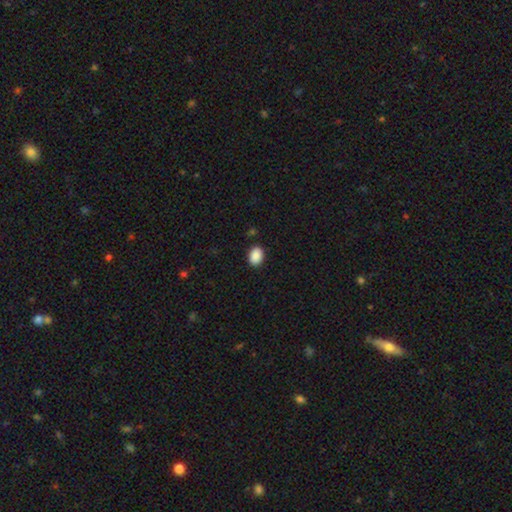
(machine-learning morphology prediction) smooth 90%, star or artifact 8%, featured or disk 3%. Down the decision tree: how rounded — in between (75%); merging — none (89%).